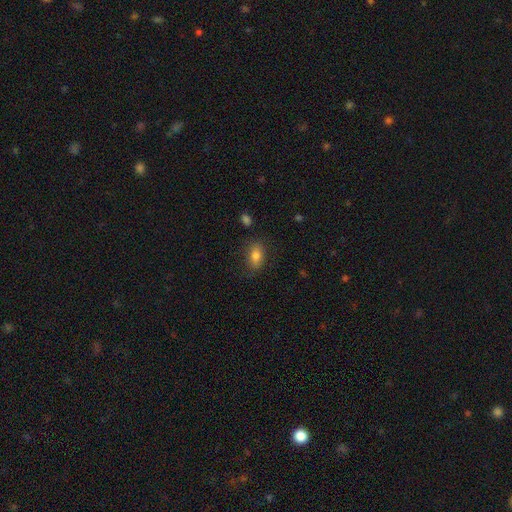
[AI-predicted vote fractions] A smooth galaxy with no disk features (81%) that is in between round and cigar-shaped (84%).

Vote fractions:
- Smooth or featured? smooth: 81% / featured or disk: 10% / star or artifact: 9%
- How rounded? in between: 84% / round: 14% / cigar-shaped: 2%
- Merging? none: 79% / minor disturbance: 15% / major disturbance: 4% / merger: 2%